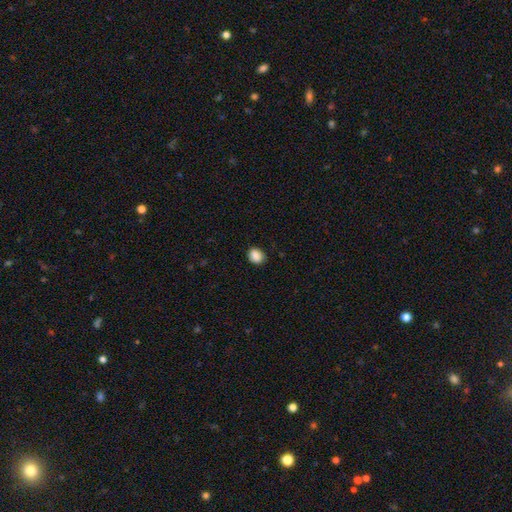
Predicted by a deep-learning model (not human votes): Q: Smooth or featured?
A: smooth (89%); runner-up: star or artifact (8%)
Q: How rounded?
A: round (54%); runner-up: in between (45%)
Q: Merging?
A: none (85%); runner-up: minor disturbance (11%)